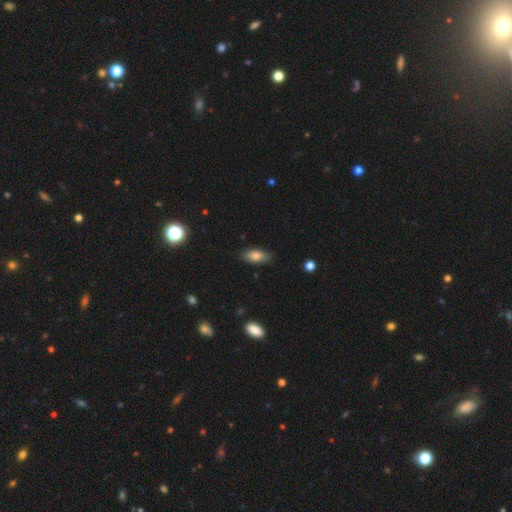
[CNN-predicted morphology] smooth-or-featured: smooth: 80% | featured or disk: 13% | star or artifact: 7%
  how-rounded: in between: 82% | cigar-shaped: 15% | round: 3%
  merging: none: 83% | minor disturbance: 14% | major disturbance: 2% | merger: 1%